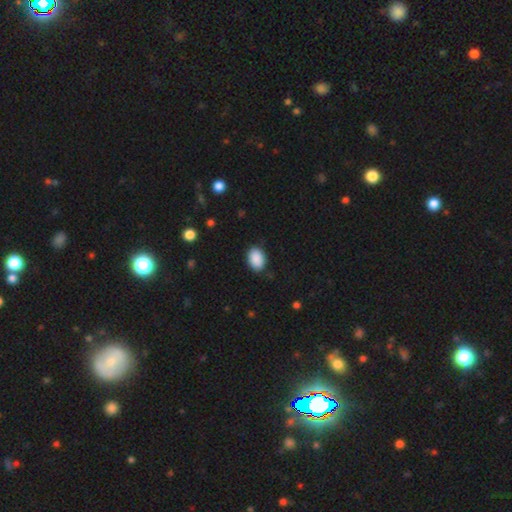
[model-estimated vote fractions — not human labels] Smooth or featured?
  - smooth: 90% *
  - star or artifact: 7%
  - featured or disk: 3%
How rounded?
  - in between: 83% *
  - round: 16%
  - cigar-shaped: 1%
Merging?
  - none: 88% *
  - minor disturbance: 9%
  - major disturbance: 2%
  - merger: 1%